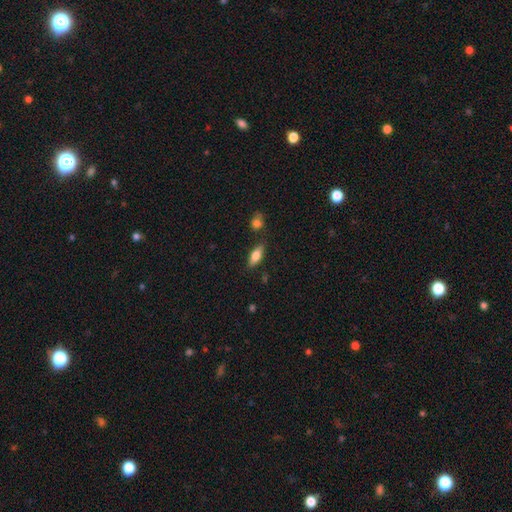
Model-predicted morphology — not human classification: Smooth or featured? smooth (73%)
How rounded? in between (73%)
Merging? none (79%)